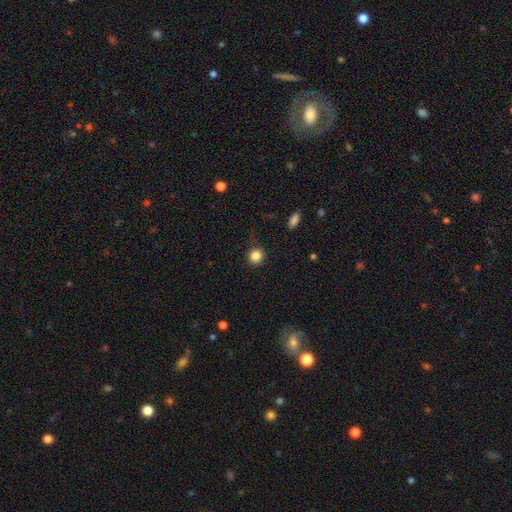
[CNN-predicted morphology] This appears to be a smooth galaxy with no disk features (84%) that is round (89%). Merging: none (81%).